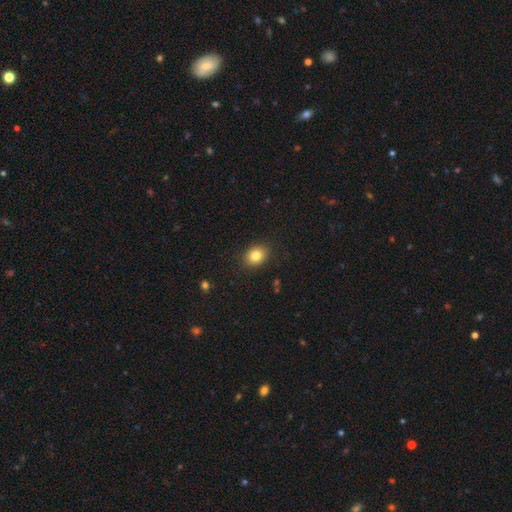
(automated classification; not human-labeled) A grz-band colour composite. It shows a smooth galaxy with no disk features (82%) that is in between round and cigar-shaped (53%). Merging: none (88%).